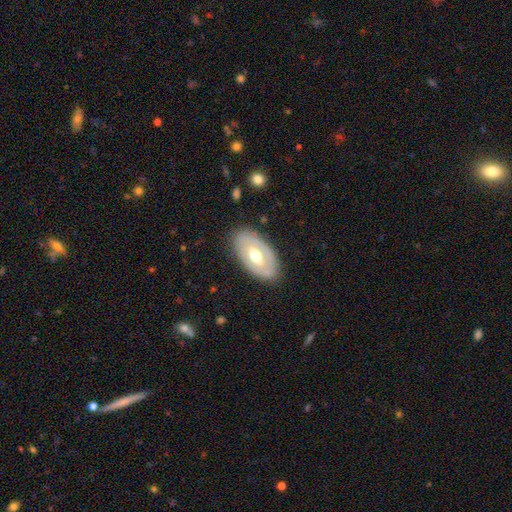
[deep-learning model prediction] The model was most divided on "smooth or featured": featured or disk: 58%, smooth: 37%, star or artifact: 5%. More confident: edge-on disk — no (86%); spiral arms — no (82%); merging — none (81%); bulge size — moderate (71%); bar — no (62%).